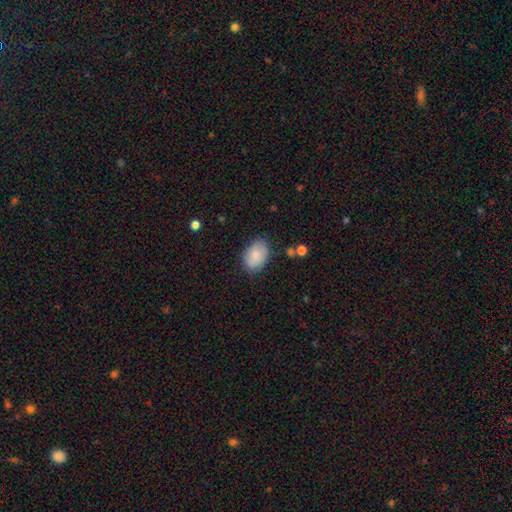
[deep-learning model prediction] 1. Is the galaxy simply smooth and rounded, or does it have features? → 84% smooth, 10% featured or disk, 7% star or artifact.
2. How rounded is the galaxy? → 84% in between, 15% round, 1% cigar-shaped.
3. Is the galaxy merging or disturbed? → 79% none, 16% minor disturbance, 4% major disturbance, 2% merger.